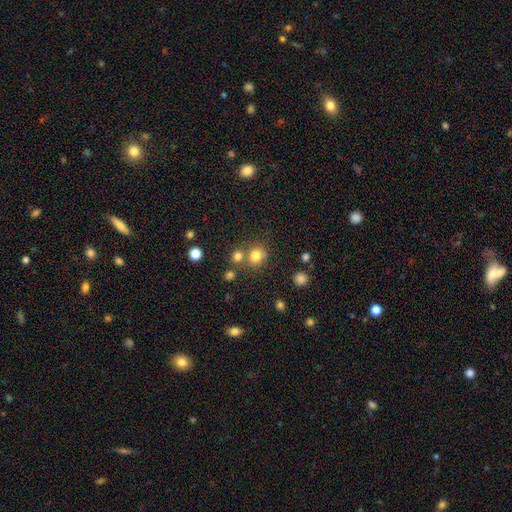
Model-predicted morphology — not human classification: Smooth or featured: smooth — 78% (star or artifact — 15%)
How rounded: round — 82% (in between — 17%)
Merging: none — 65% (merger — 22%)